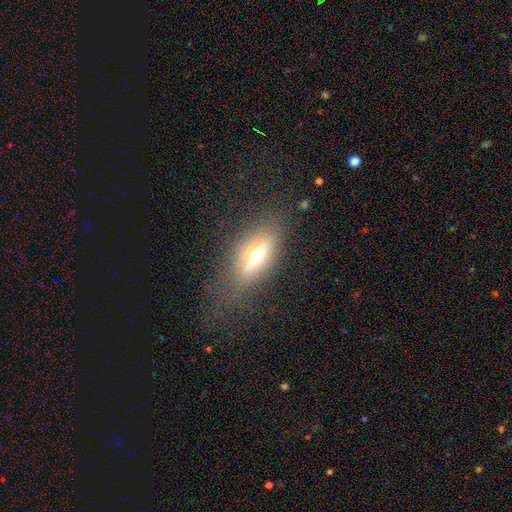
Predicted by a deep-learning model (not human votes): This is possibly a featured or disk galaxy (52%). It is likely viewed edge-on (78%). Merging: likely none (69%).